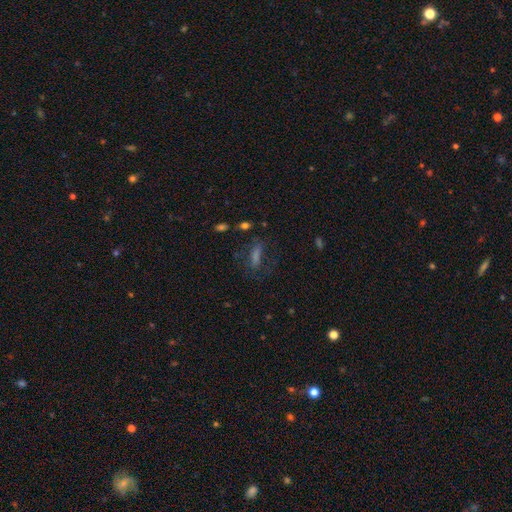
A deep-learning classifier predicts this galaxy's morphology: smooth_or_featured: smooth (p=0.45) [alt: featured or disk p=0.28]
merging: none (p=0.66) [alt: minor disturbance p=0.17]